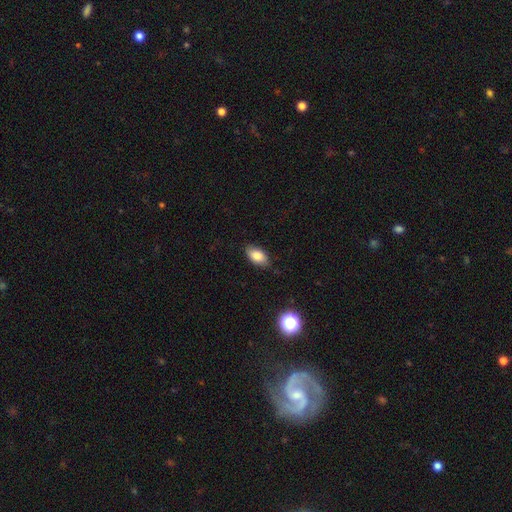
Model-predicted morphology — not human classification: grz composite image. It shows a smooth galaxy with no disk features (82%) that is in between round and cigar-shaped (91%). Merging: none (81%).